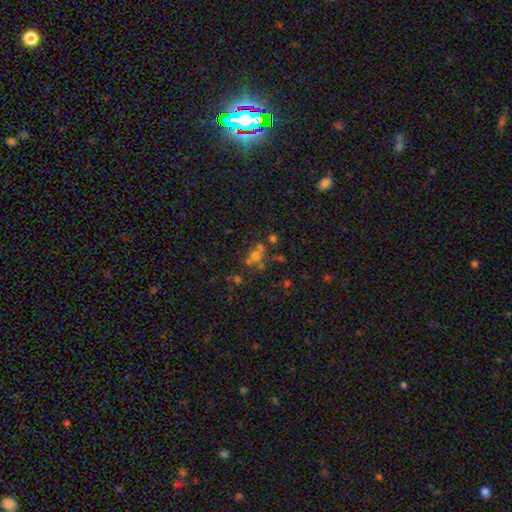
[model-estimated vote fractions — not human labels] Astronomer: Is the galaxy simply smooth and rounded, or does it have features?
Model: smooth — 45% (runner-up: star or artifact, 30%).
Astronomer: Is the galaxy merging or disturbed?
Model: none — 45% (runner-up: merger, 39%).